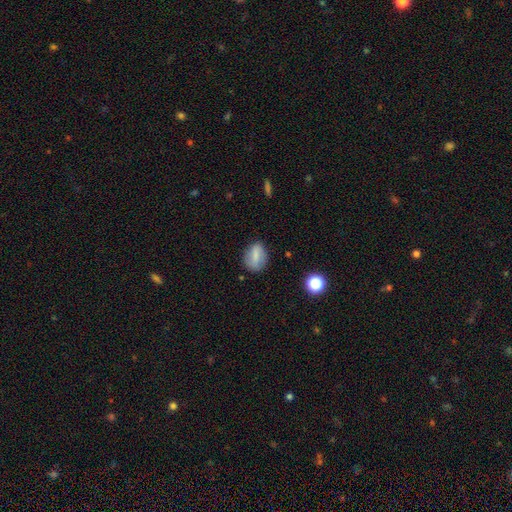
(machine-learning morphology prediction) A smooth galaxy with no disk features (71%) that is in between round and cigar-shaped (71%). Merging: none (78%).